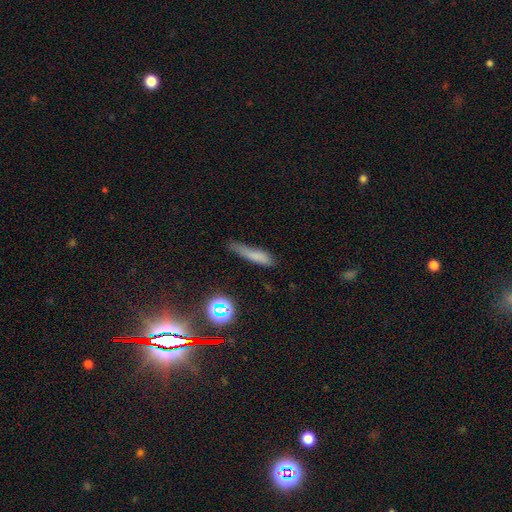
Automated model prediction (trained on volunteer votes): Smooth or featured? Predicted: smooth (p=0.72). How rounded? Predicted: cigar-shaped (p=0.83). Merging? Predicted: none (p=0.60).